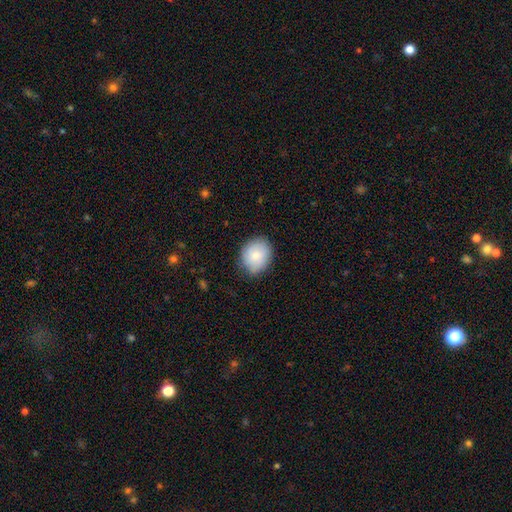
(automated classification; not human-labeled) A smooth galaxy with no disk features (82%) that is round (62%). Merging: none (80%).